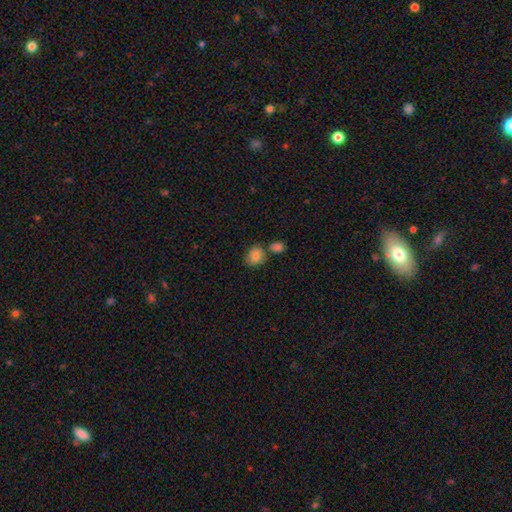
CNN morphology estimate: Smooth or featured: smooth — 83% (star or artifact — 9%)
How rounded: round — 60% (in between — 39%)
Merging: none — 55% (merger — 26%)